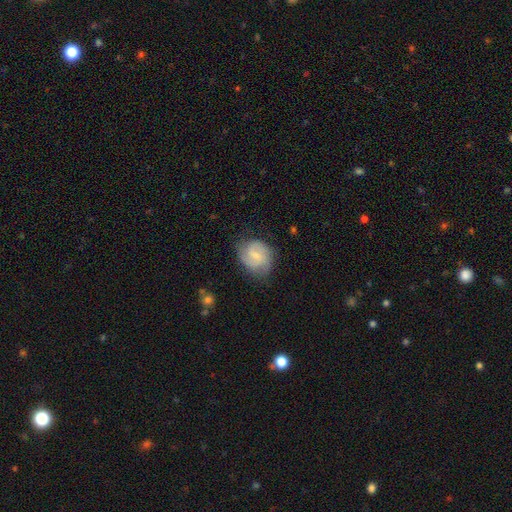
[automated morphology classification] Smooth or featured?
  - featured or disk: 63% *
  - smooth: 30%
  - star or artifact: 6%
Edge-on disk?
  - no: 98% *
  - yes: 2%
Bar?
  - weak: 59% *
  - no: 27%
  - strong: 14%
Spiral arms?
  - yes: 92% *
  - no: 8%
Spiral winding?
  - medium: 49% *
  - tight: 31%
  - loose: 20%
Spiral arm count?
  - 2: 66% *
  - can't tell: 15%
  - 3: 11%
  - 1: 4%
  - 4: 2%
  - more than 4: 2%
Bulge size?
  - small: 45% *
  - none: 30%
  - moderate: 22%
  - large: 2%
  - dominant: 1%
Merging?
  - none: 69% *
  - minor disturbance: 22%
  - major disturbance: 8%
  - merger: 1%